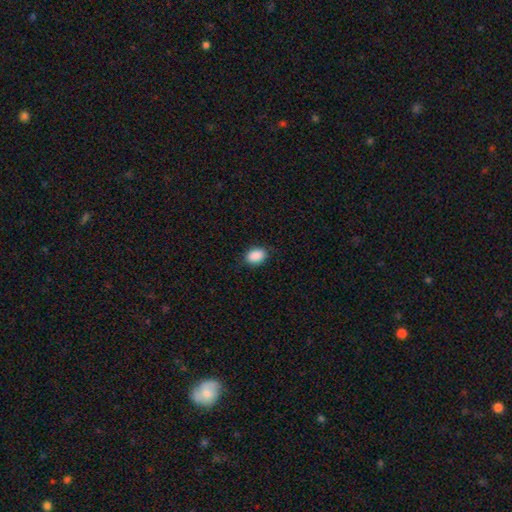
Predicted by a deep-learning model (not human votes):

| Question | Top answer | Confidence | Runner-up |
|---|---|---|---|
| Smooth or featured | smooth | 90% | star or artifact (7%) |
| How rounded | in between | 75% | round (24%) |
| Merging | none | 85% | minor disturbance (12%) |